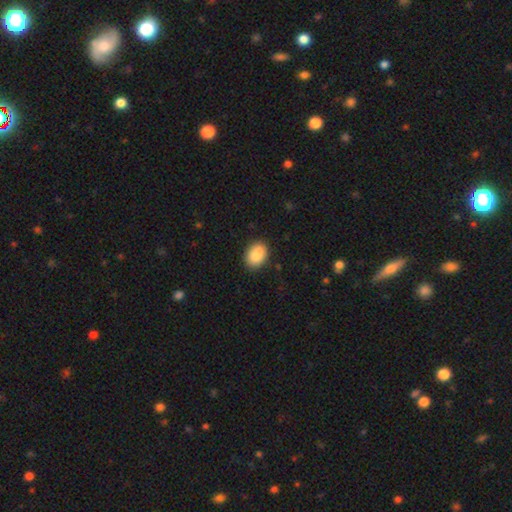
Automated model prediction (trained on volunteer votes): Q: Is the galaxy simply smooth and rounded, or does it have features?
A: smooth — 88%.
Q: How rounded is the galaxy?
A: in between — 77%.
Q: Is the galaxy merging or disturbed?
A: none — 86%.